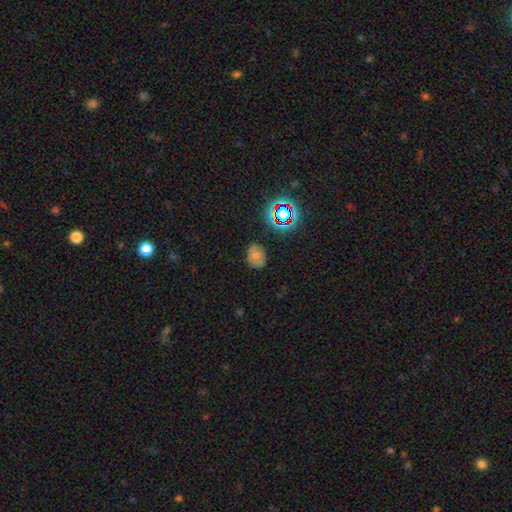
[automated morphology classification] This is likely a smooth galaxy (67%). How rounded: possibly in between (54%). Merging: likely none (78%).